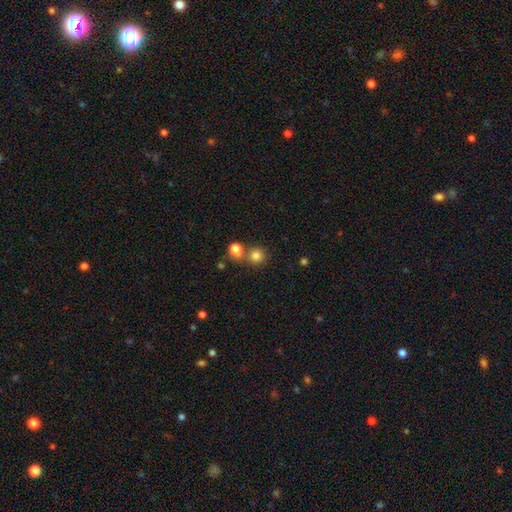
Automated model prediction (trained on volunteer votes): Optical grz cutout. It shows a smooth galaxy with no disk features (81%) that is round (89%). Merging: none (61%).